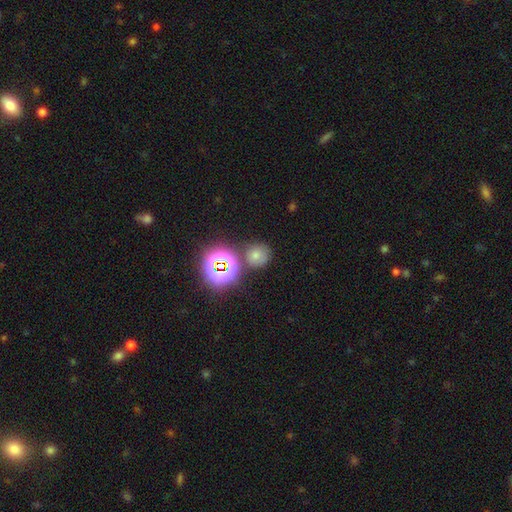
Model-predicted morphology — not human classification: smooth-or-featured: smooth: 62% | star or artifact: 27% | featured or disk: 10%
  how-rounded: round: 85% | in between: 14% | cigar-shaped: 1%
  merging: none: 70% | merger: 14% | minor disturbance: 12% | major disturbance: 5%